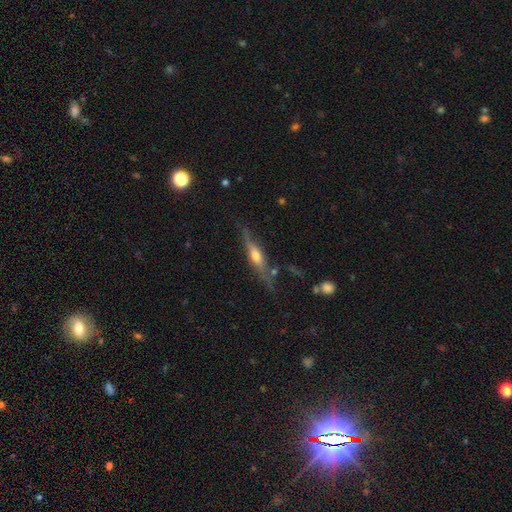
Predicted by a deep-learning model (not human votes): Q: Smooth or featured?
A: featured or disk (63%); runner-up: smooth (30%)
Q: Edge-on disk?
A: yes (88%); runner-up: no (12%)
Q: Edge-on bulge?
A: rounded (83%); runner-up: boxy (10%)
Q: Merging?
A: none (63%); runner-up: minor disturbance (23%)